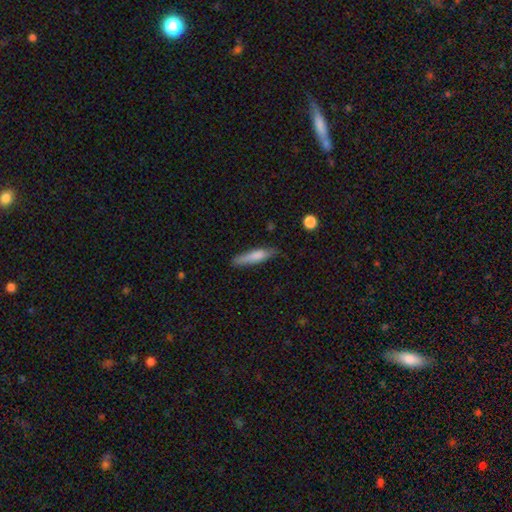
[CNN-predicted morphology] smooth_or_featured: smooth (p=0.74) [alt: featured or disk p=0.20]
how_rounded: cigar-shaped (p=0.83) [alt: in between p=0.16]
merging: none (p=0.76) [alt: minor disturbance p=0.19]